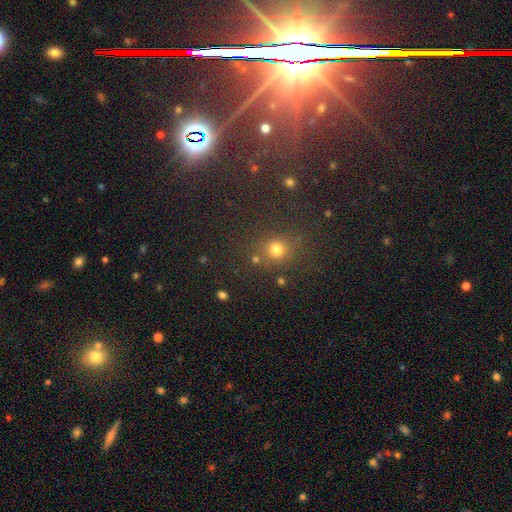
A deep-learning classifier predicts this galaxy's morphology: Smooth or featured?
  - star or artifact: 50% *
  - smooth: 40%
  - featured or disk: 11%